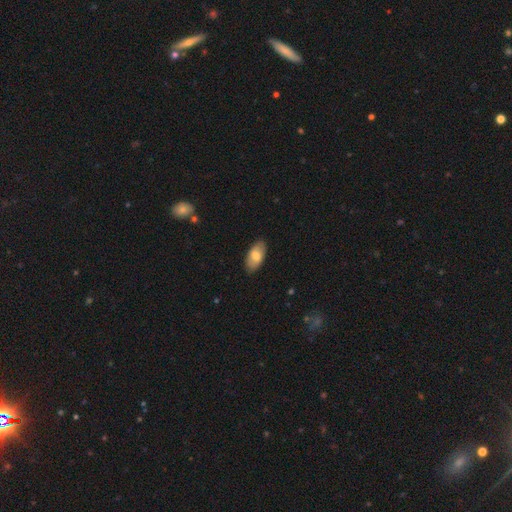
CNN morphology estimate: A smooth galaxy with no disk features (76%) that is in between round and cigar-shaped (93%).

Vote fractions:
- Smooth or featured? smooth: 76% / featured or disk: 18% / star or artifact: 6%
- How rounded? in between: 93% / cigar-shaped: 4% / round: 2%
- Merging? none: 87% / minor disturbance: 10% / major disturbance: 2% / merger: 1%